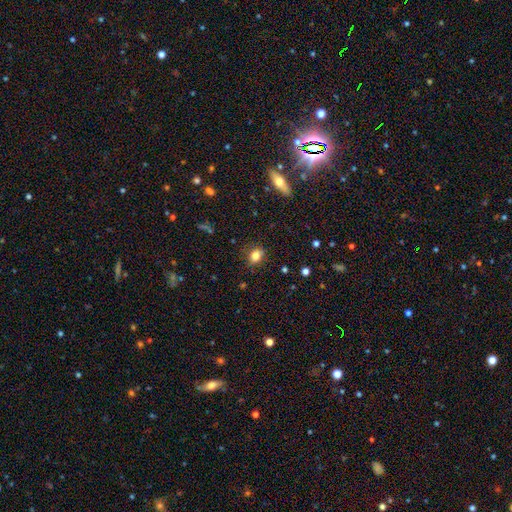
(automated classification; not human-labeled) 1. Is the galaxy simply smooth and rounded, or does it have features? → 81% smooth, 11% star or artifact, 8% featured or disk.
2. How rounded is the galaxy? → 60% in between, 39% round, 2% cigar-shaped.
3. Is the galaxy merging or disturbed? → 82% none, 14% minor disturbance, 3% major disturbance, 1% merger.